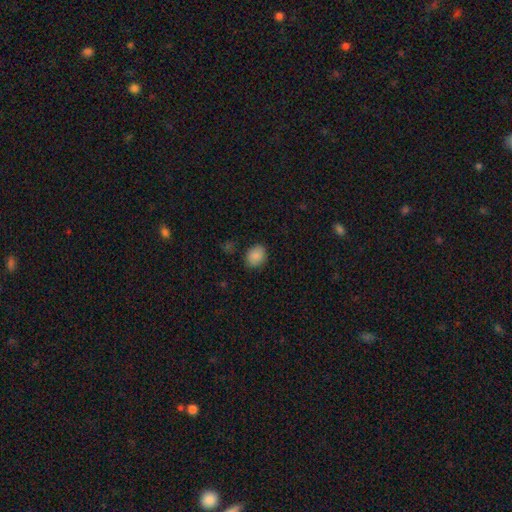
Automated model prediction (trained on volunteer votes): Q: Smooth or featured?
A: smooth (87%); runner-up: star or artifact (9%)
Q: How rounded?
A: in between (52%); runner-up: round (47%)
Q: Merging?
A: none (83%); runner-up: minor disturbance (12%)